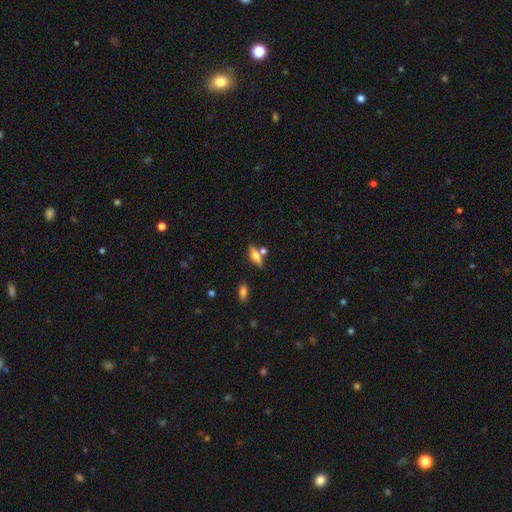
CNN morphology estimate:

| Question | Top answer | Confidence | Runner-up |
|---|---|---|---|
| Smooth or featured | smooth | 52% | featured or disk (39%) |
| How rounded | in between | 60% | cigar-shaped (36%) |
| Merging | none | 64% | merger (20%) |